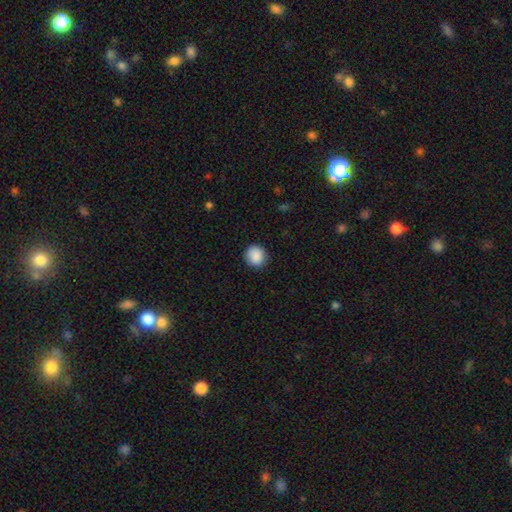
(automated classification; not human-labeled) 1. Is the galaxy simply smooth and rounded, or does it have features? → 89% smooth, 8% star or artifact, 3% featured or disk.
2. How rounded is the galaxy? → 89% round, 10% in between, 1% cigar-shaped.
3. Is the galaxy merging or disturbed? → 89% none, 8% minor disturbance, 2% major disturbance, 1% merger.